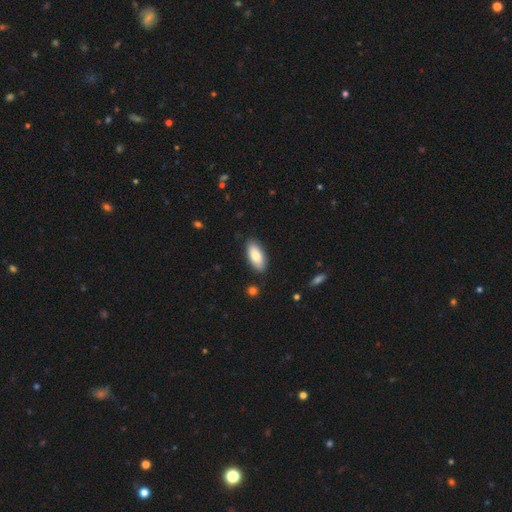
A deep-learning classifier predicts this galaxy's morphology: The model was most divided on "smooth or featured": smooth: 83%, featured or disk: 11%, star or artifact: 6%. More confident: how rounded — in between (87%); merging — none (87%).